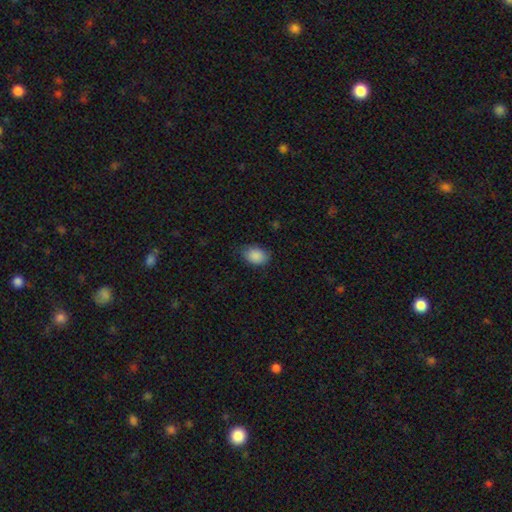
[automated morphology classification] Smooth or featured: smooth — 88% (star or artifact — 7%)
How rounded: in between — 80% (round — 19%)
Merging: none — 74% (minor disturbance — 21%)